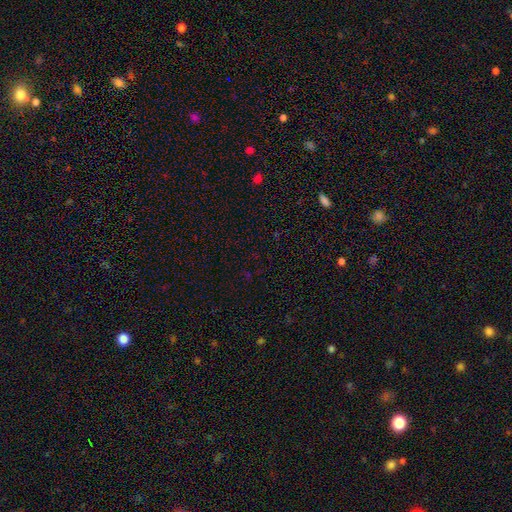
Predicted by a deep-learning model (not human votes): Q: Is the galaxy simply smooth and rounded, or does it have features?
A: star or artifact — 68%.